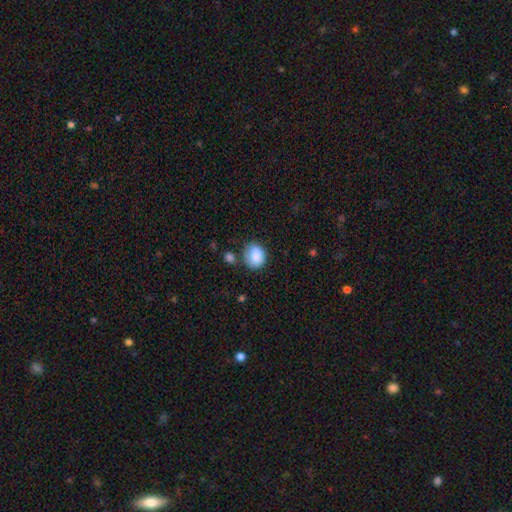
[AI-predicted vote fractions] smooth 87%, star or artifact 8%, featured or disk 5%. Down the decision tree: how rounded — round (61%); merging — none (62%).